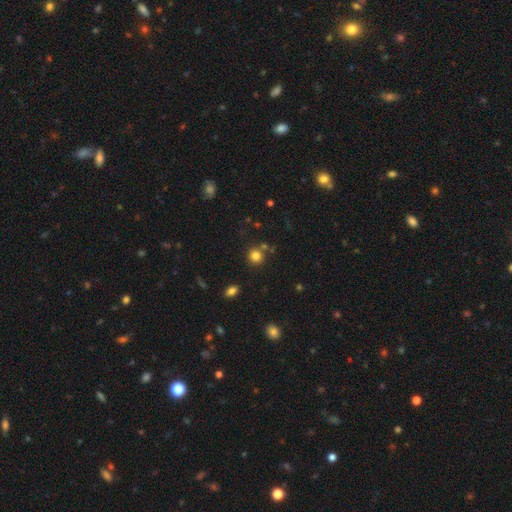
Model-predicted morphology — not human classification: This is clearly a smooth galaxy (82%). How rounded: clearly round (88%). Merging: likely none (76%).